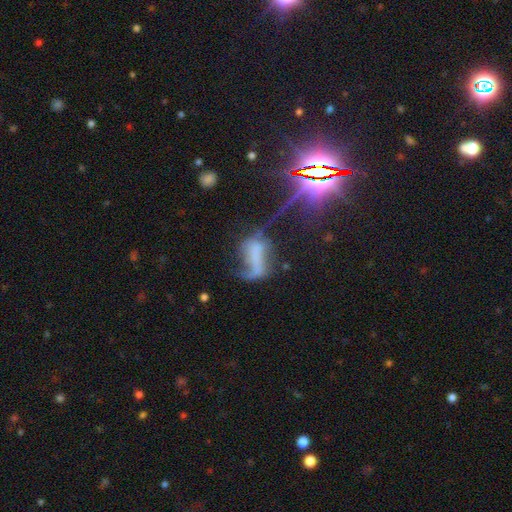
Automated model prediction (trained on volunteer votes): This appears to be a featured or disk galaxy (45%). Merging: major disturbance (43%).